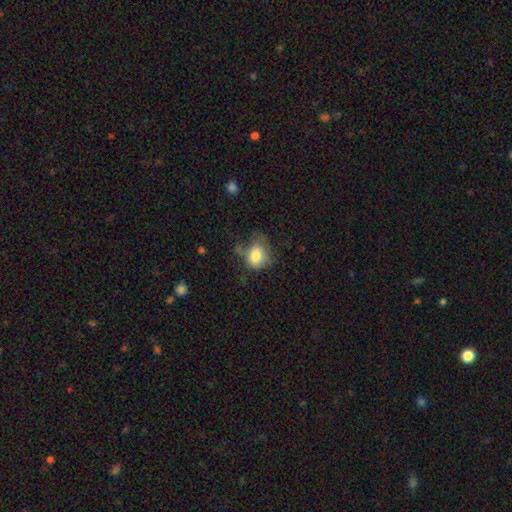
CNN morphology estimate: Smooth or featured?
  - smooth: 78% *
  - featured or disk: 13%
  - star or artifact: 9%
How rounded?
  - round: 51% *
  - in between: 48%
  - cigar-shaped: 1%
Merging?
  - none: 39% *
  - minor disturbance: 31%
  - major disturbance: 23%
  - merger: 7%